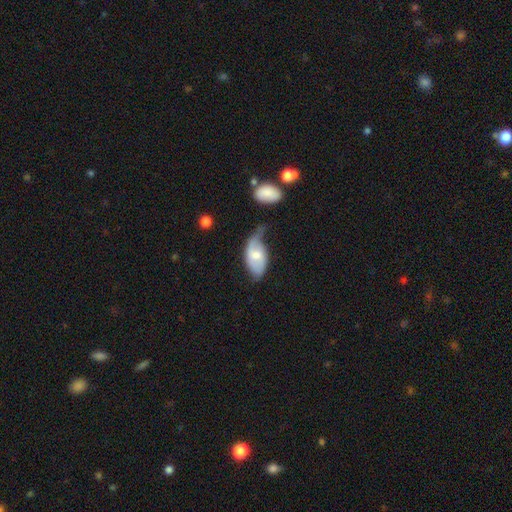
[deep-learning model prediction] smooth-or-featured: smooth: 49% | featured or disk: 46% | star or artifact: 6%
  merging: minor disturbance: 35% | major disturbance: 30% | none: 26% | merger: 9%